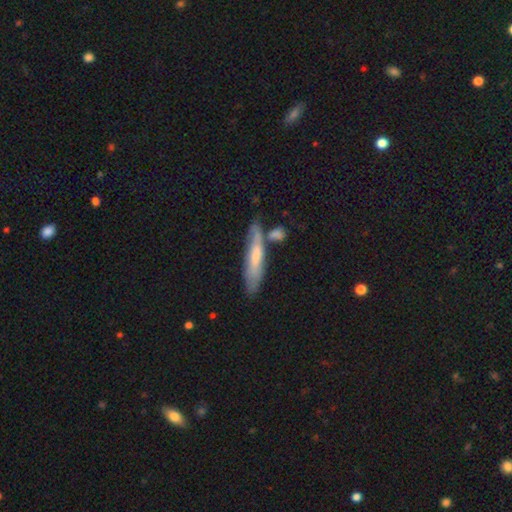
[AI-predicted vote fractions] A smooth galaxy with no disk features (51%) that is cigar-shaped (82%). Merging: none (59%).